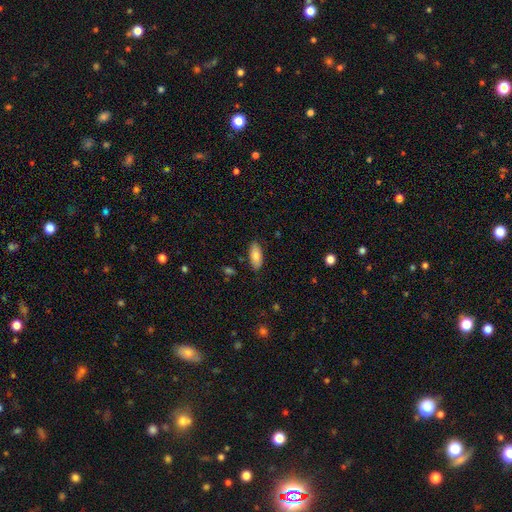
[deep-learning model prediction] A smooth galaxy with no disk features (79%) that is in between round and cigar-shaped (81%).

Vote fractions:
- Smooth or featured? smooth: 79% / featured or disk: 14% / star or artifact: 7%
- How rounded? in between: 81% / cigar-shaped: 17% / round: 2%
- Merging? none: 84% / minor disturbance: 12% / major disturbance: 2% / merger: 2%